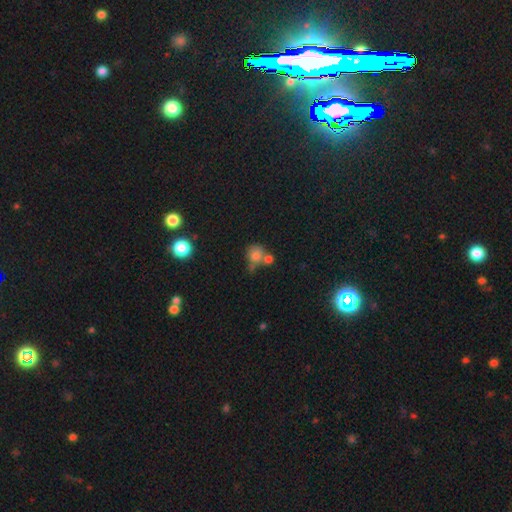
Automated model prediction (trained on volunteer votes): smooth-or-featured: smooth: 74% | star or artifact: 13% | featured or disk: 13%
  how-rounded: round: 77% | in between: 22% | cigar-shaped: 1%
  merging: merger: 42% | none: 37% | minor disturbance: 14% | major disturbance: 7%